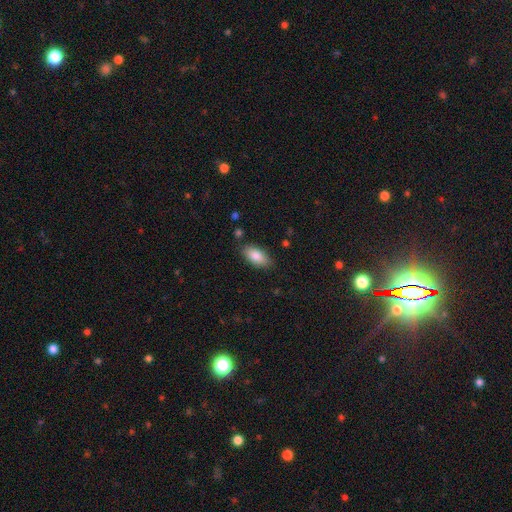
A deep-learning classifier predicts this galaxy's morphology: Smooth or featured? Predicted: smooth (p=0.84). How rounded? Predicted: in between (p=0.90). Merging? Predicted: none (p=0.82).